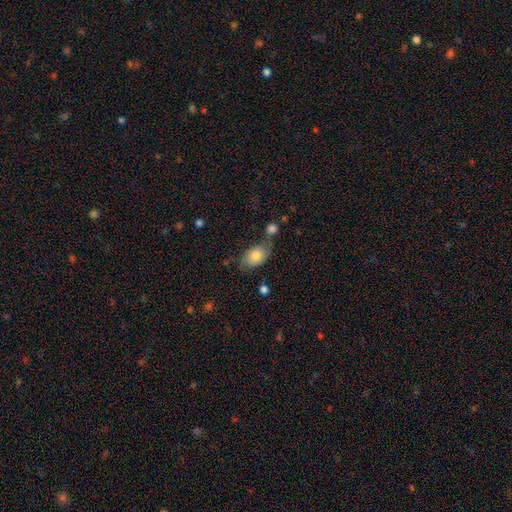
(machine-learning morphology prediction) This is likely a smooth galaxy (74%). How rounded: clearly in between (82%). Merging: marginally none (43%).